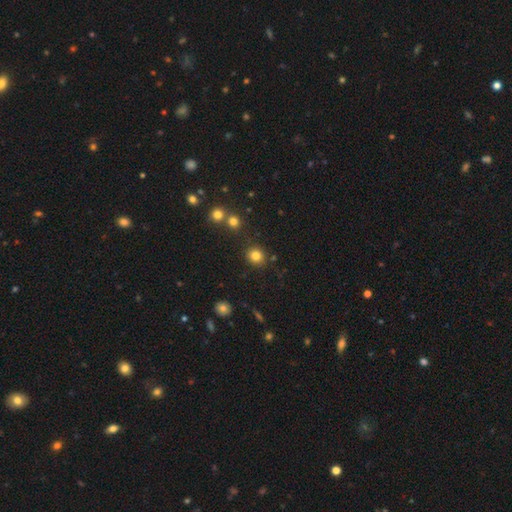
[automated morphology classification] Smooth or featured: smooth — 82% (star or artifact — 13%)
How rounded: round — 87% (in between — 12%)
Merging: none — 86% (minor disturbance — 7%)